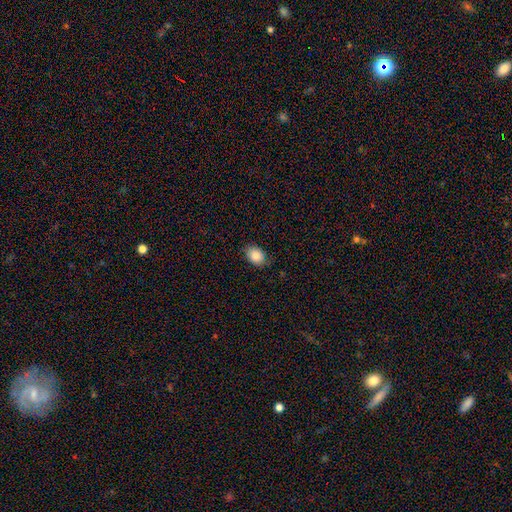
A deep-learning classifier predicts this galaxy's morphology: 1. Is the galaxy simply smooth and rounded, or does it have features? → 86% smooth, 8% star or artifact, 6% featured or disk.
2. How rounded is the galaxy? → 64% in between, 35% round, 1% cigar-shaped.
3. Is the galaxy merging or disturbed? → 80% none, 16% minor disturbance, 3% major disturbance, 1% merger.